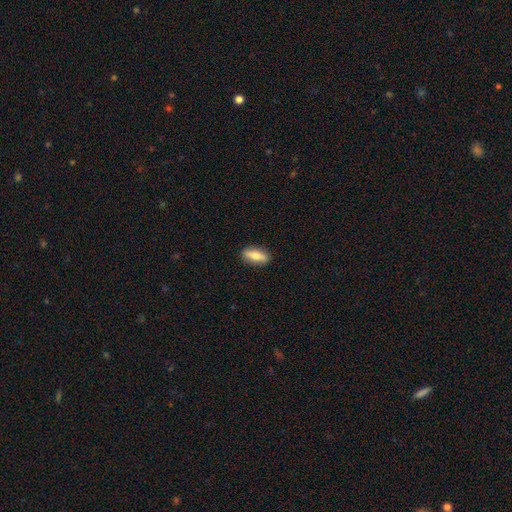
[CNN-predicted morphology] Smooth or featured? smooth (69%)
How rounded? in between (66%)
Merging? none (89%)